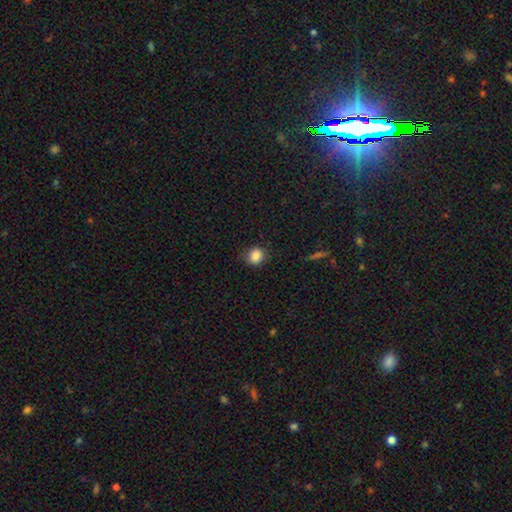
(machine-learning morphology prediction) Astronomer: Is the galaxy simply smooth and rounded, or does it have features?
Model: smooth — 86%.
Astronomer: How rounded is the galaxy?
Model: round — 74%.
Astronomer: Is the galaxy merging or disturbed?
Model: none — 81%.